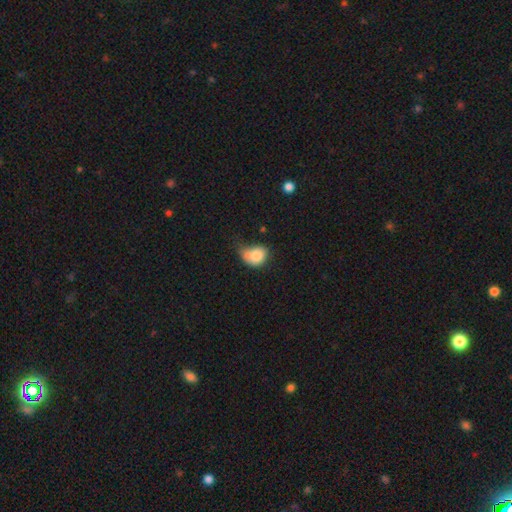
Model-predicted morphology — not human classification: Q: Smooth or featured?
A: smooth (79%); runner-up: featured or disk (12%)
Q: How rounded?
A: in between (52%); runner-up: round (47%)
Q: Merging?
A: merger (32%); runner-up: none (26%)